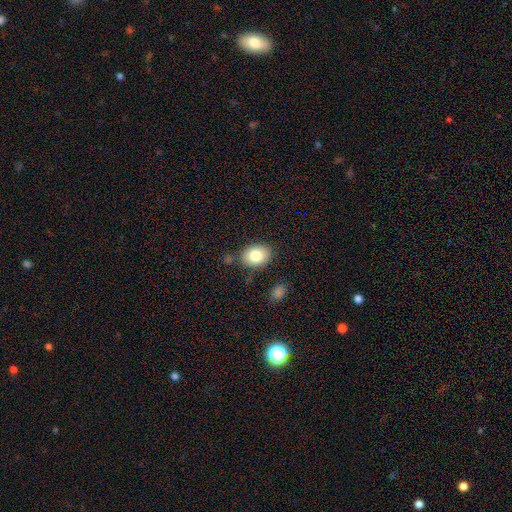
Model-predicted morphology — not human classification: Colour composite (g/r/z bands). It shows a smooth galaxy with no disk features (82%) that is in between round and cigar-shaped (70%). Merging: none (78%).